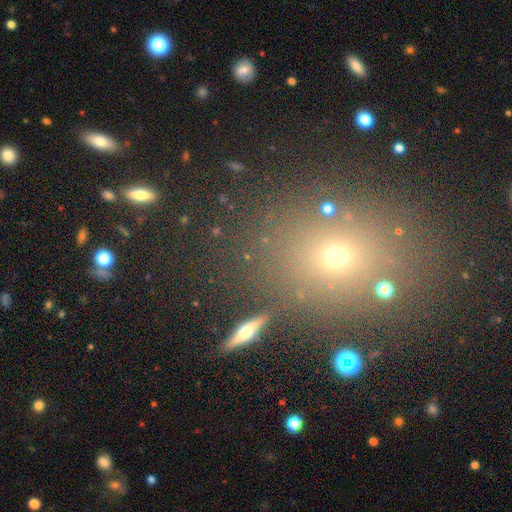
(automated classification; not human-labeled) This is possibly a smooth galaxy (53%). How rounded: possibly round (57%). Merging: clearly none (81%).